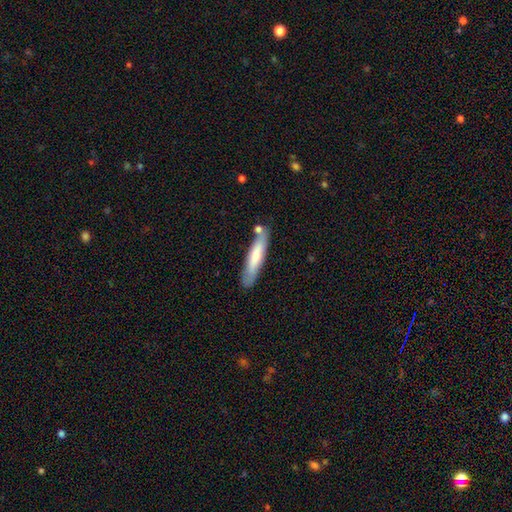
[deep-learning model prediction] Smooth or featured?
  - smooth: 67% *
  - featured or disk: 28%
  - star or artifact: 5%
How rounded?
  - cigar-shaped: 86% *
  - in between: 13%
  - round: 1%
Merging?
  - none: 73% *
  - minor disturbance: 15%
  - merger: 9%
  - major disturbance: 3%